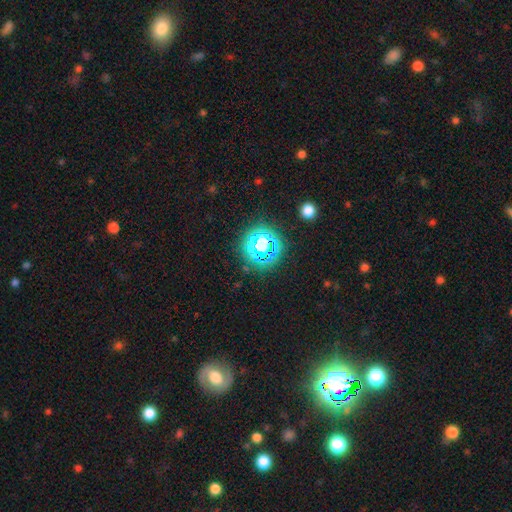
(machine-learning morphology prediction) star or artifact 74%, smooth 17%, featured or disk 9%.